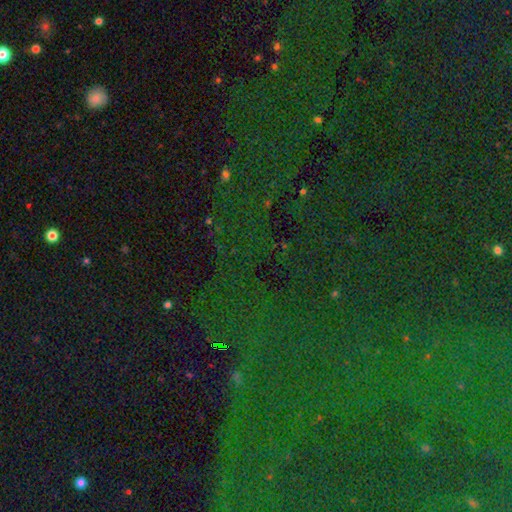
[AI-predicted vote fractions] star or artifact 82%, smooth 10%, featured or disk 8%.